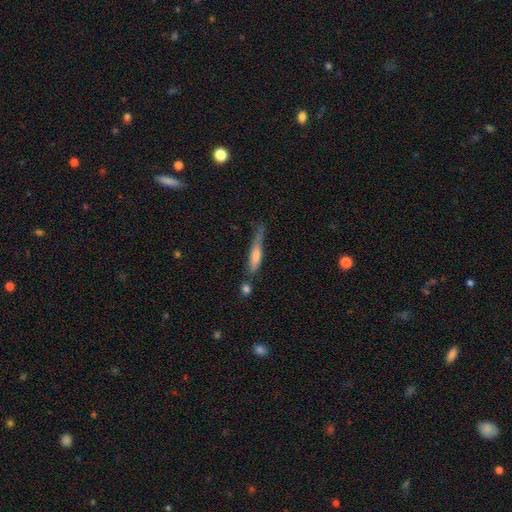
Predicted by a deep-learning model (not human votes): Overall: smooth (55%; featured or disk 37%). How rounded: cigar-shaped (88%). Merging: none (50%; minor disturbance 29%).